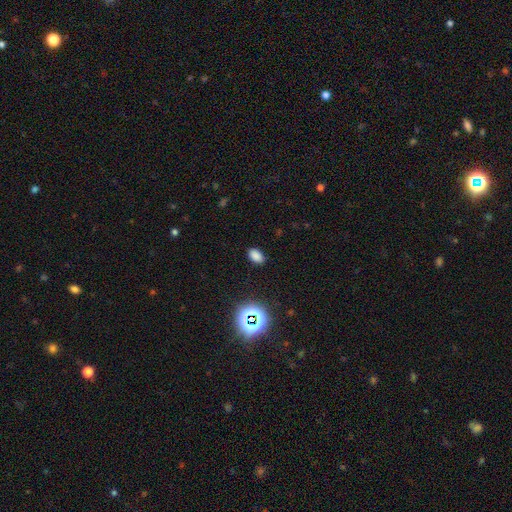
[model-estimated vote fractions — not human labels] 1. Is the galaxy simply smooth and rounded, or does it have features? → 79% smooth, 17% star or artifact, 4% featured or disk.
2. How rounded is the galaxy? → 89% in between, 9% round, 2% cigar-shaped.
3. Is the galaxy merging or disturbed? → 88% none, 9% minor disturbance, 3% major disturbance, 1% merger.